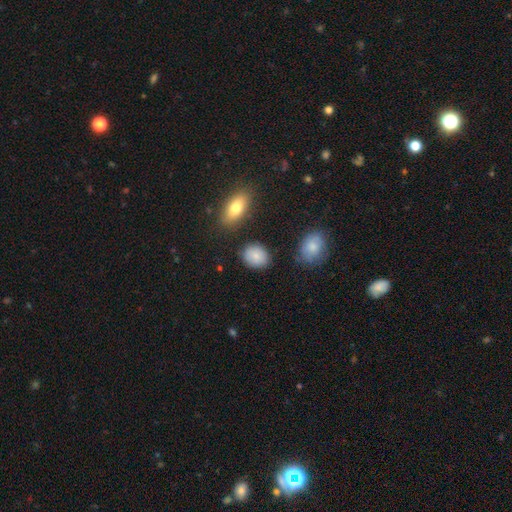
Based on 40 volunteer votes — A smooth galaxy with no disk features (80%) that is round (56%). Merging: none (75%).